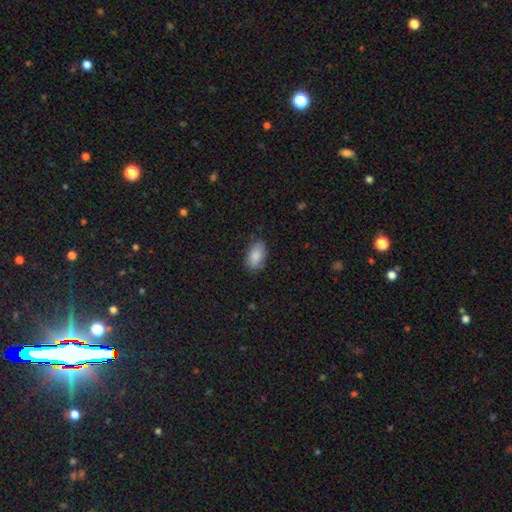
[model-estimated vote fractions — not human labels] This is clearly a smooth galaxy (87%). How rounded: clearly in between (93%). Merging: likely none (79%).